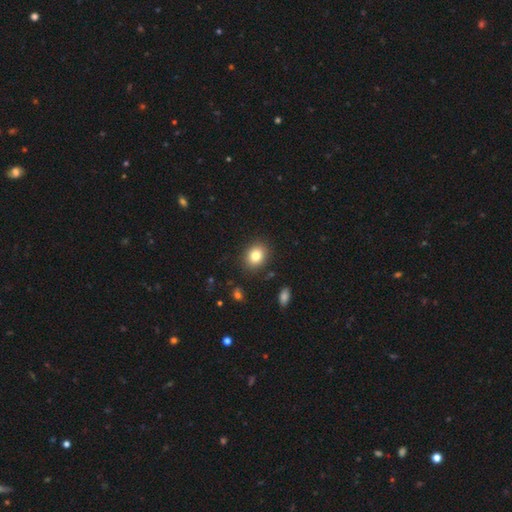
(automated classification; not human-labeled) Overall: smooth (82%). How rounded: round (50%; in between 49%). Merging: none (88%).